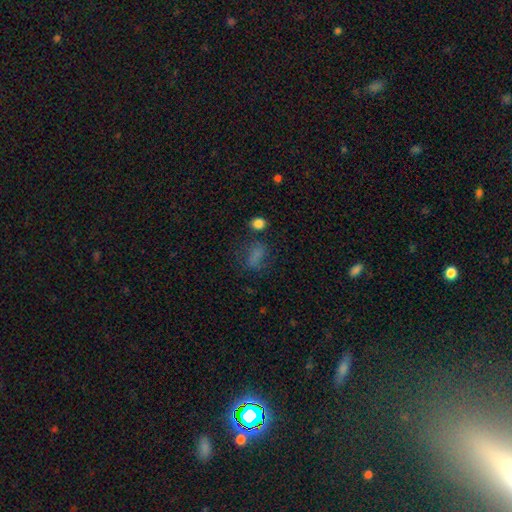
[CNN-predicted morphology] A smooth galaxy with no disk features (69%) that is in between round and cigar-shaped (74%). Merging: none (56%).